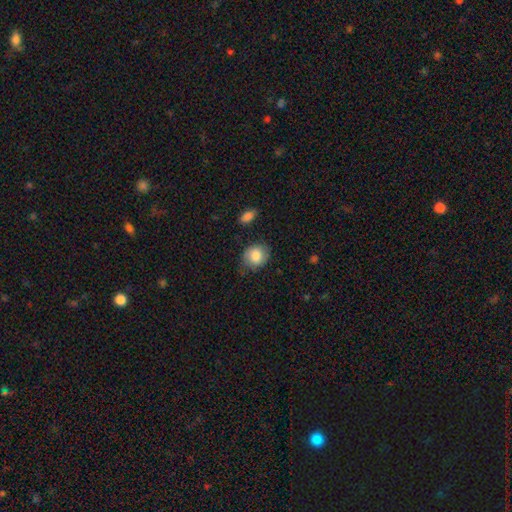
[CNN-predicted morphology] The model was most divided on "how rounded": round: 59%, in between: 40%, cigar-shaped: 1%. More confident: smooth or featured — smooth (78%); merging — none (70%).